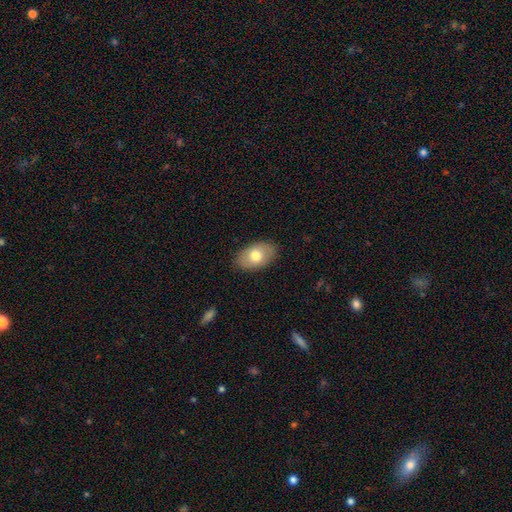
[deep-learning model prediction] This is likely a smooth galaxy (72%). How rounded: clearly in between (90%). Merging: clearly none (87%).